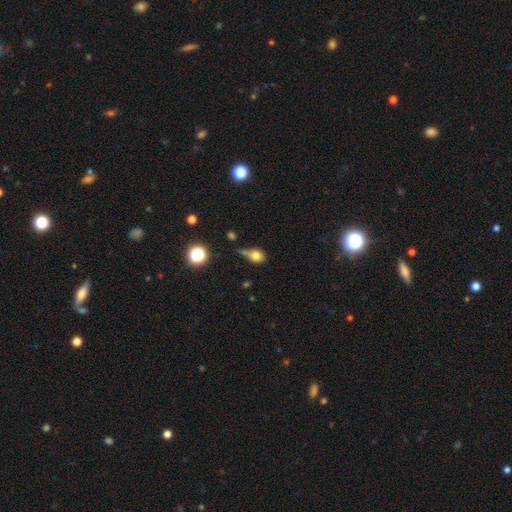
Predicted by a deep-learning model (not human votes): Smooth or featured: smooth — 73% (featured or disk — 14%)
How rounded: round — 49% (in between — 47%)
Merging: none — 32% (minor disturbance — 30%)